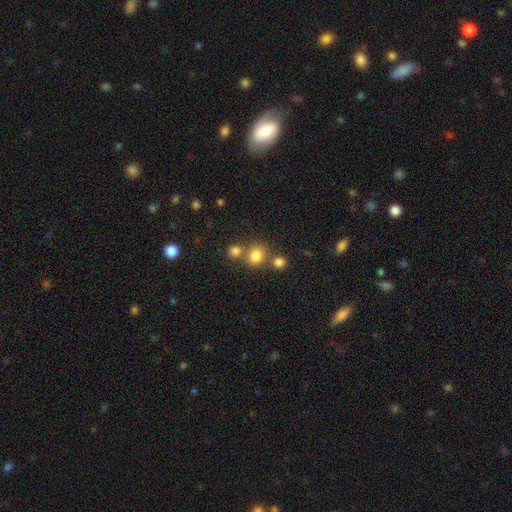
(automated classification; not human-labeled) Q: Smooth or featured?
A: smooth (80%); runner-up: star or artifact (13%)
Q: How rounded?
A: round (77%); runner-up: in between (22%)
Q: Merging?
A: none (62%); runner-up: merger (25%)